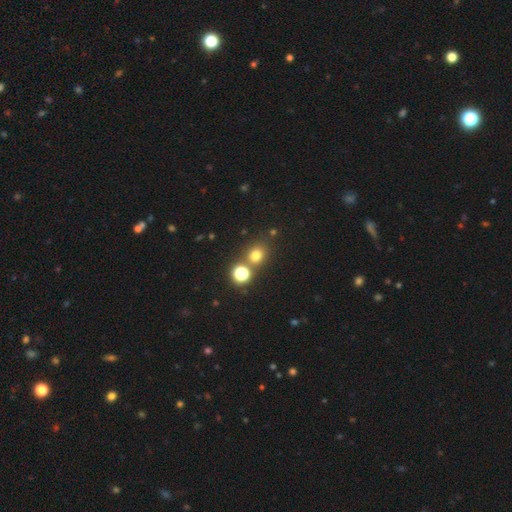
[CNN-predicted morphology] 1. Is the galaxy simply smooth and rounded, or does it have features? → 71% smooth, 22% star or artifact, 7% featured or disk.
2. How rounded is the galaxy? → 80% round, 19% in between, 1% cigar-shaped.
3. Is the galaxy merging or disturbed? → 71% none, 17% merger, 9% minor disturbance, 4% major disturbance.